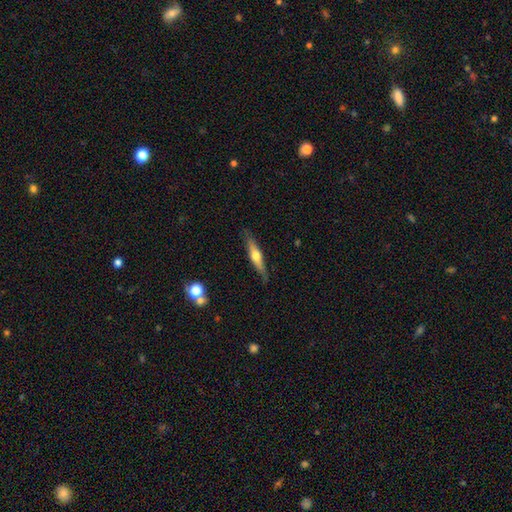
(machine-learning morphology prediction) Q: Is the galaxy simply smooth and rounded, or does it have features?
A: featured or disk — 56%.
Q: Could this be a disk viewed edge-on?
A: yes — 94%.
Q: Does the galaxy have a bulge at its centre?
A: rounded — 92%.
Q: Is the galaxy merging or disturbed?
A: none — 84%.